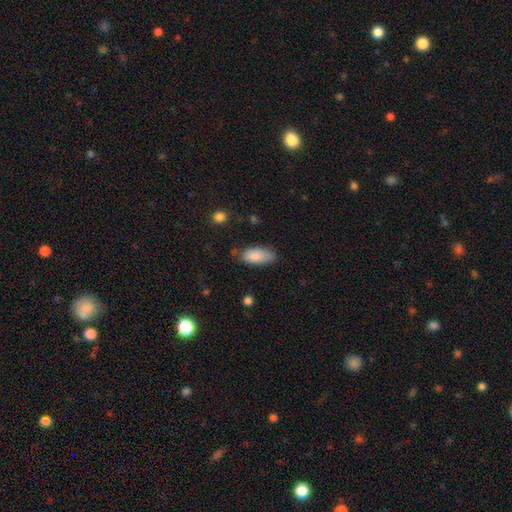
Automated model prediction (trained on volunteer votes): Smooth or featured?
  - smooth: 85% *
  - featured or disk: 8%
  - star or artifact: 7%
How rounded?
  - in between: 87% *
  - cigar-shaped: 10%
  - round: 2%
Merging?
  - none: 69% *
  - minor disturbance: 23%
  - major disturbance: 5%
  - merger: 3%